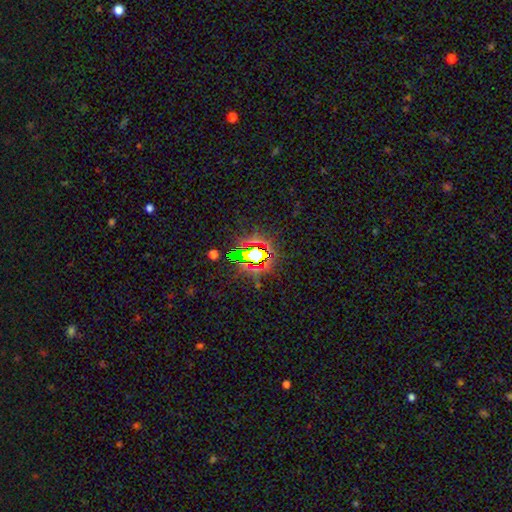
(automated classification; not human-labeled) Q: Smooth or featured?
A: star or artifact (69%); runner-up: smooth (18%)